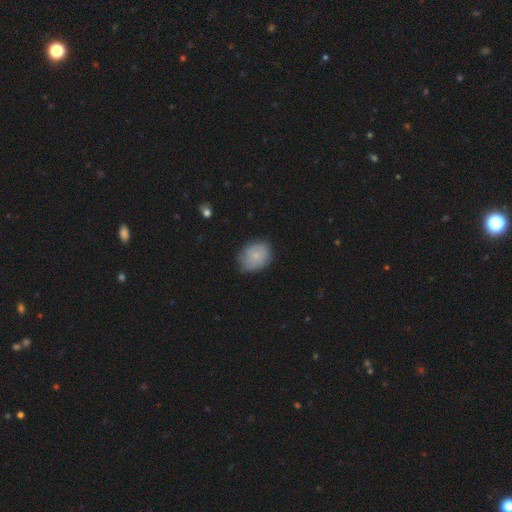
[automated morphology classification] type=smooth (75%); roundness=in between (58%); merging=none (75%).